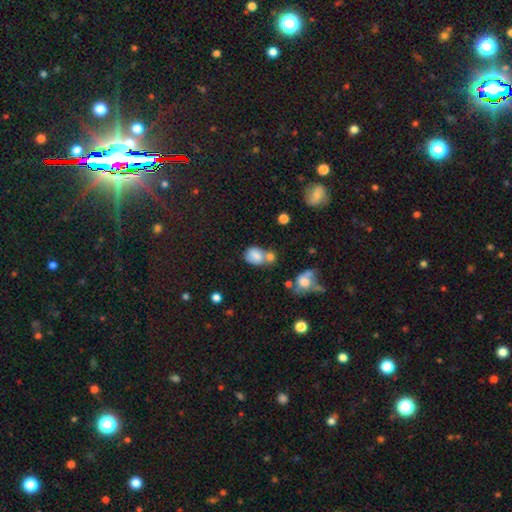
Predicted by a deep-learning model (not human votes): The model was most divided on "merging": merger: 43%, none: 32%, minor disturbance: 17%, major disturbance: 8%. More confident: smooth or featured — smooth (74%); how rounded — in between (60%).